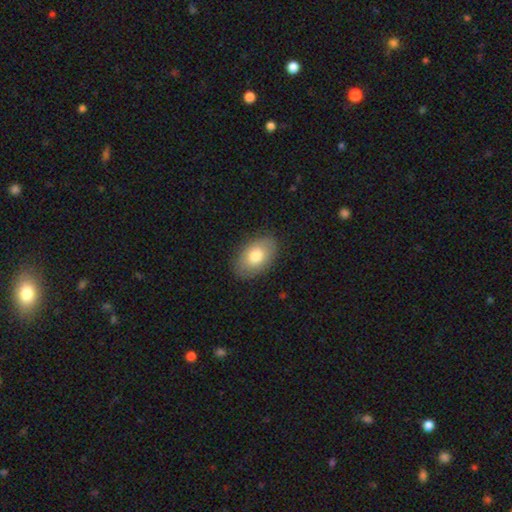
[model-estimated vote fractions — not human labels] Overall: smooth (76%). How rounded: in between (91%). Merging: none (85%).